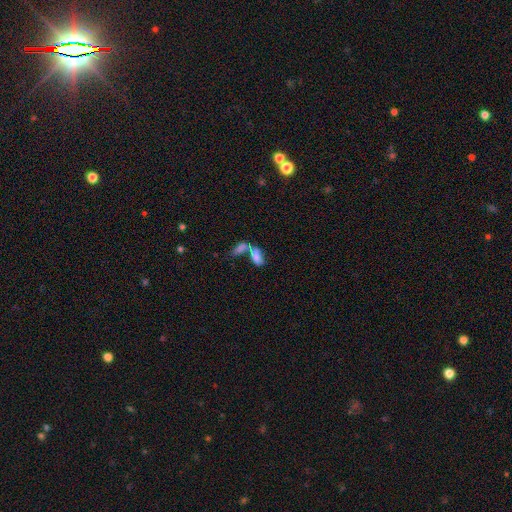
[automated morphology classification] The model was most divided on "smooth or featured": smooth: 72%, featured or disk: 18%, star or artifact: 10%. More confident: how rounded — in between (83%); merging — merger (70%).